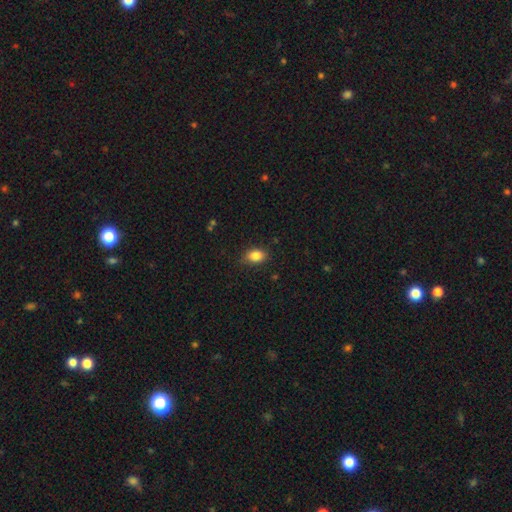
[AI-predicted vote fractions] Smooth or featured? smooth (86%)
How rounded? in between (81%)
Merging? none (81%)